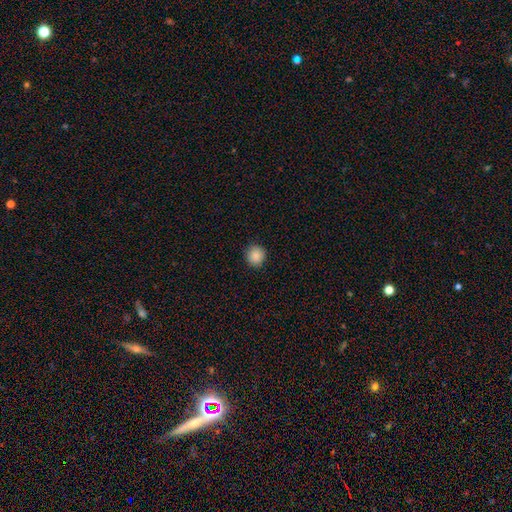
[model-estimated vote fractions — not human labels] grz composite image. It shows a smooth galaxy with no disk features (88%) that is round (90%). Merging: none (91%).